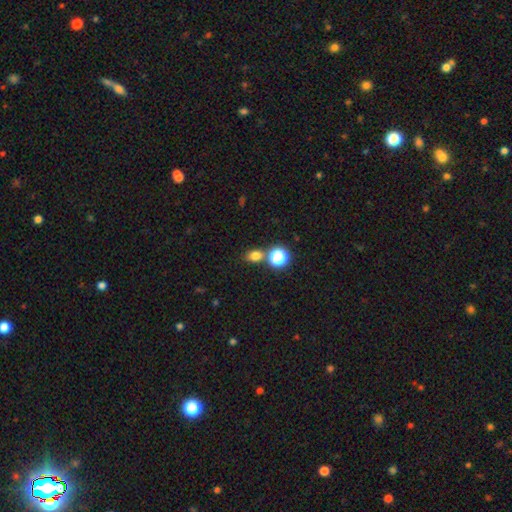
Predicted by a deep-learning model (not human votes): smooth-or-featured: smooth: 74% | star or artifact: 20% | featured or disk: 6%
  how-rounded: in between: 51% | round: 48% | cigar-shaped: 2%
  merging: none: 70% | merger: 16% | minor disturbance: 10% | major disturbance: 3%